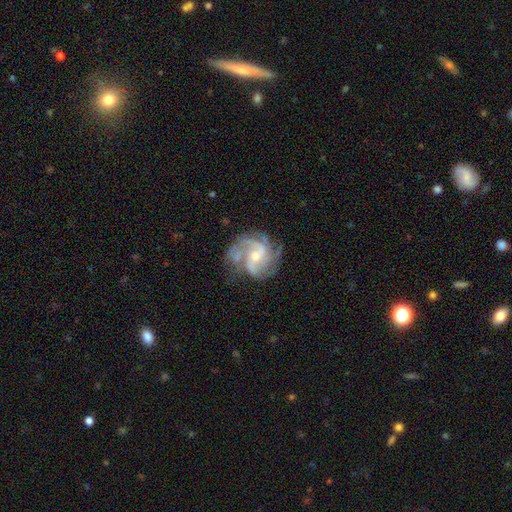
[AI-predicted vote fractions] Smooth or featured? featured or disk (89%)
Edge-on disk? no (98%)
Bar? no (49%)
Spiral arms? yes (97%)
Spiral winding? medium (52%)
Spiral arm count? 2 (36%)
Bulge size? small (52%)
Merging? none (62%)